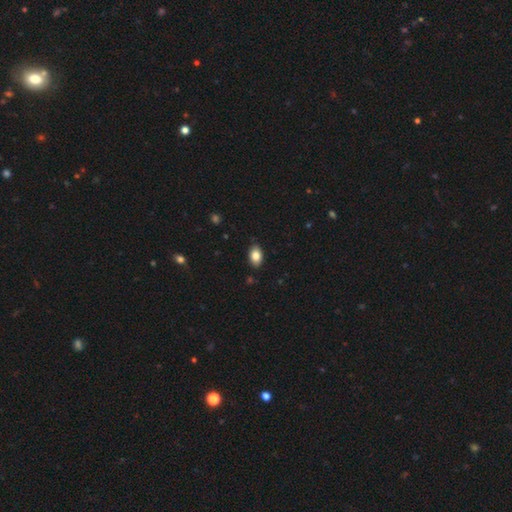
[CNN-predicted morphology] type=smooth (84%); roundness=in between (88%); merging=none (87%).